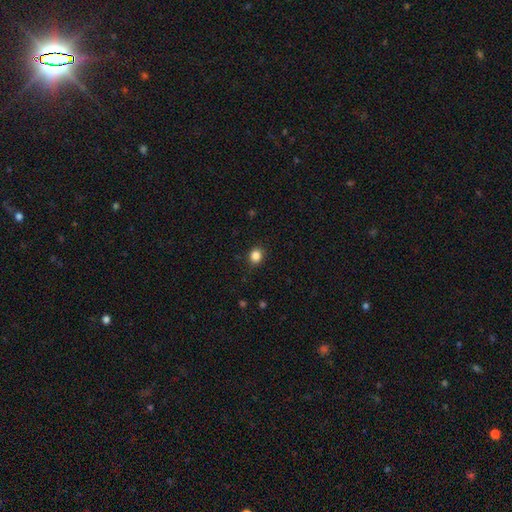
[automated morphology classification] type=smooth (85%); roundness=round (74%); merging=none (88%).